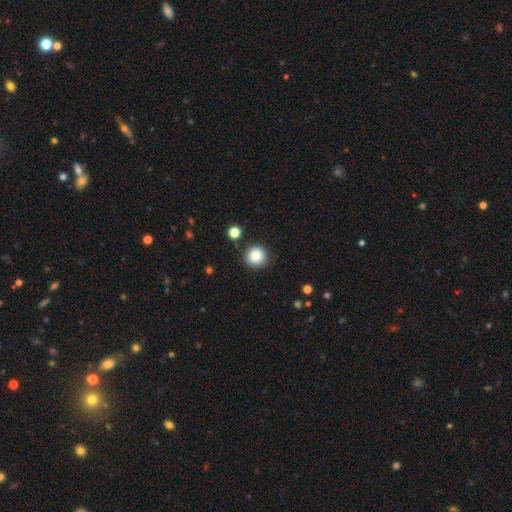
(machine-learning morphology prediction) smooth_or_featured: smooth (p=0.86) [alt: star or artifact p=0.10]
how_rounded: round (p=0.94) [alt: in between p=0.05]
merging: none (p=0.87) [alt: minor disturbance p=0.08]